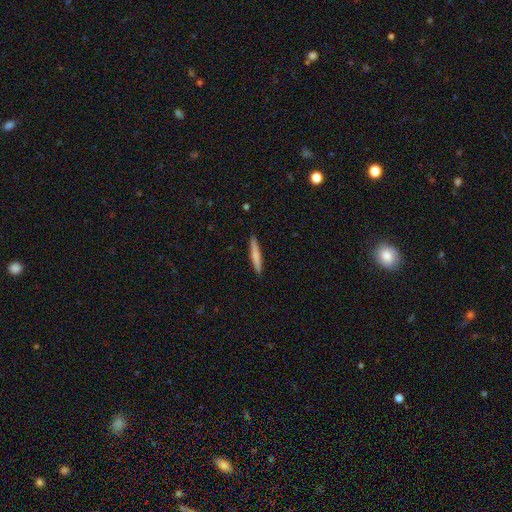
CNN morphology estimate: smooth_or_featured: smooth (p=0.71) [alt: featured or disk p=0.24]
how_rounded: cigar-shaped (p=0.95) [alt: in between p=0.04]
merging: none (p=0.91) [alt: minor disturbance p=0.06]